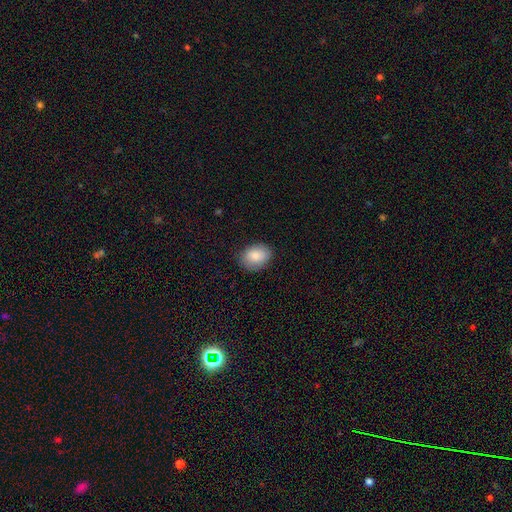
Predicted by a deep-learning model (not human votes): smooth-or-featured: smooth: 84% | featured or disk: 9% | star or artifact: 7%
  how-rounded: in between: 69% | round: 30% | cigar-shaped: 1%
  merging: none: 84% | minor disturbance: 12% | major disturbance: 3% | merger: 1%